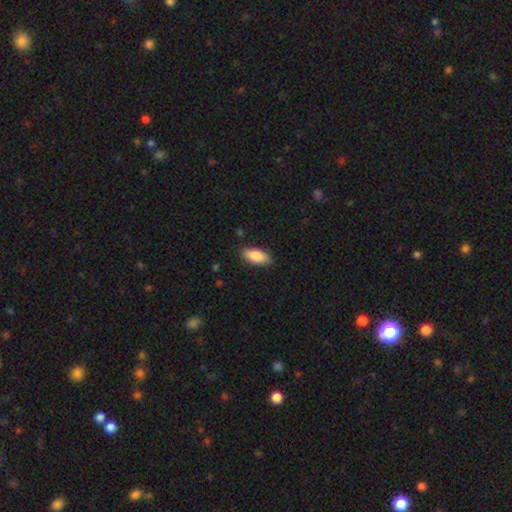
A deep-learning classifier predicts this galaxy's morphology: A smooth galaxy with no disk features (87%) that is in between round and cigar-shaped (89%). Merging: none (84%).